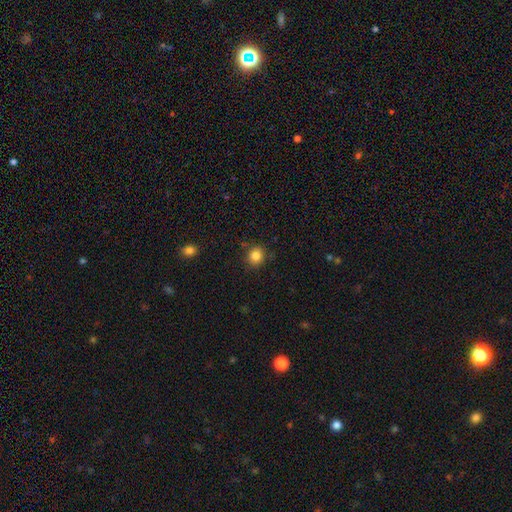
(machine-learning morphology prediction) This appears to be a smooth galaxy with no disk features (85%) that is round (85%). Merging: none (86%).